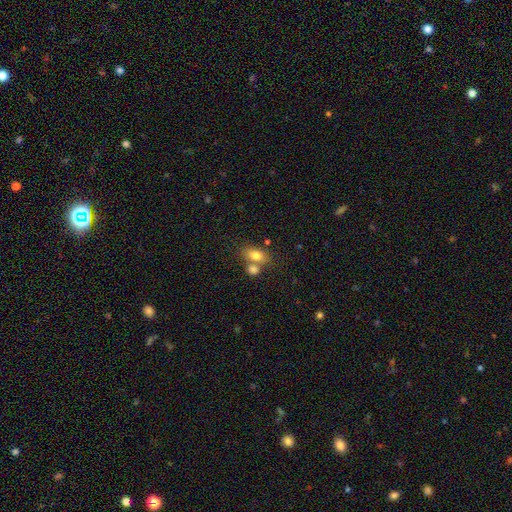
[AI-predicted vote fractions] smooth 80%, featured or disk 12%, star or artifact 9%. Down the decision tree: how rounded — in between (85%); merging — none (49%).